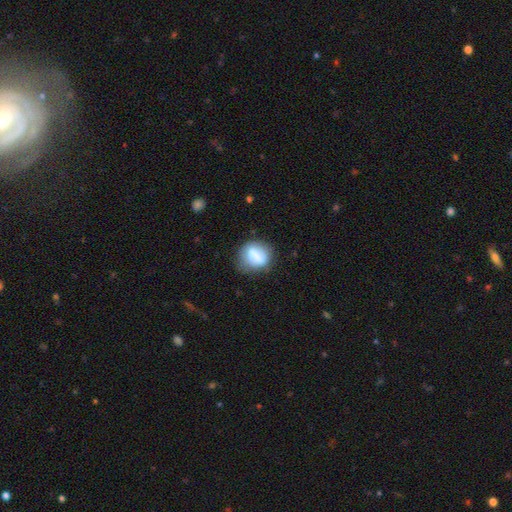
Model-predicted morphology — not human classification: Smooth or featured?
  - smooth: 70% *
  - featured or disk: 22%
  - star or artifact: 9%
How rounded?
  - round: 64% *
  - in between: 34%
  - cigar-shaped: 2%
Merging?
  - none: 61% *
  - minor disturbance: 23%
  - major disturbance: 10%
  - merger: 7%